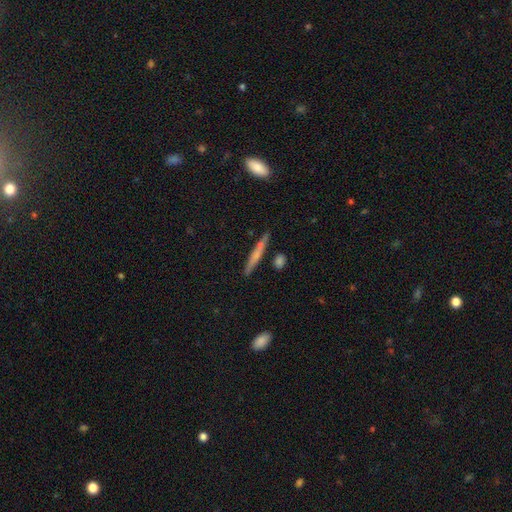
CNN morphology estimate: Q: Smooth or featured?
A: smooth (52%); runner-up: featured or disk (41%)
Q: How rounded?
A: cigar-shaped (94%); runner-up: in between (4%)
Q: Merging?
A: none (85%); runner-up: minor disturbance (10%)